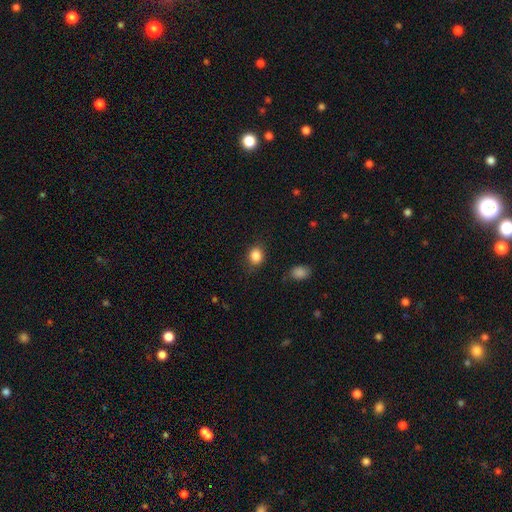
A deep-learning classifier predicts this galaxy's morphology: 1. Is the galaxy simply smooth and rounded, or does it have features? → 86% smooth, 10% star or artifact, 4% featured or disk.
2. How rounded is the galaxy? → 59% round, 40% in between, 1% cigar-shaped.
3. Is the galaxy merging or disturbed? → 80% none, 14% minor disturbance, 4% major disturbance, 2% merger.